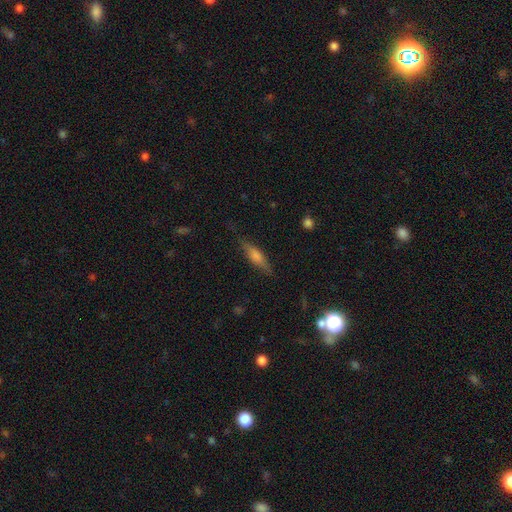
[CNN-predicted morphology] smooth_or_featured: smooth (p=0.51) [alt: featured or disk p=0.41]
how_rounded: cigar-shaped (p=0.73) [alt: in between p=0.25]
merging: none (p=0.81) [alt: minor disturbance p=0.14]